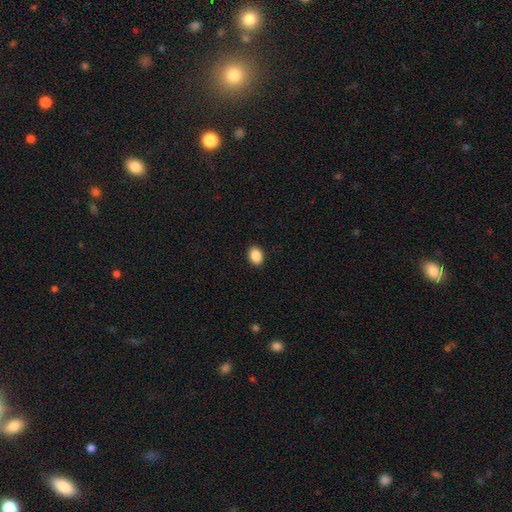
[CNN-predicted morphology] This appears to be a smooth galaxy with no disk features (89%) that is in between round and cigar-shaped (76%). Merging: none (91%).